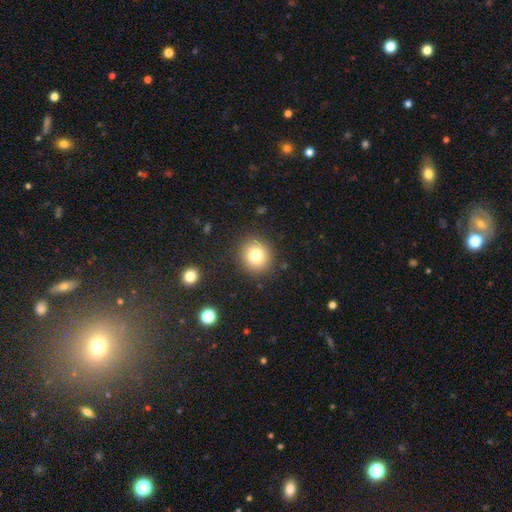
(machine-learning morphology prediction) Smooth or featured?
  - smooth: 78% *
  - star or artifact: 12%
  - featured or disk: 10%
How rounded?
  - round: 89% *
  - in between: 10%
  - cigar-shaped: 1%
Merging?
  - none: 88% *
  - minor disturbance: 7%
  - major disturbance: 3%
  - merger: 2%